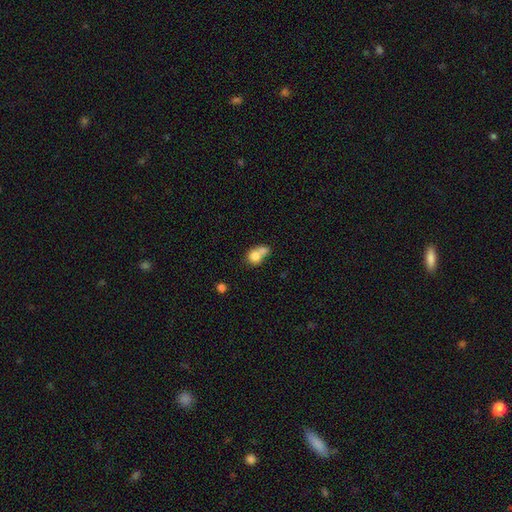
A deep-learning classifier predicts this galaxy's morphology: type=smooth (77%); roundness=round (67%); merging=merger (63%).